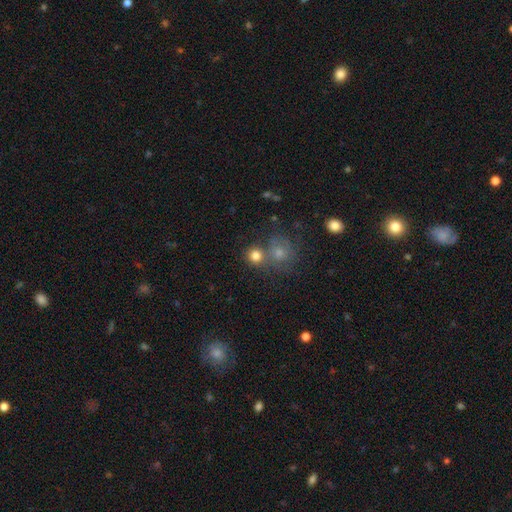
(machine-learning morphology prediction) This is likely a smooth galaxy (80%). How rounded: clearly round (87%). Merging: possibly none (55%).